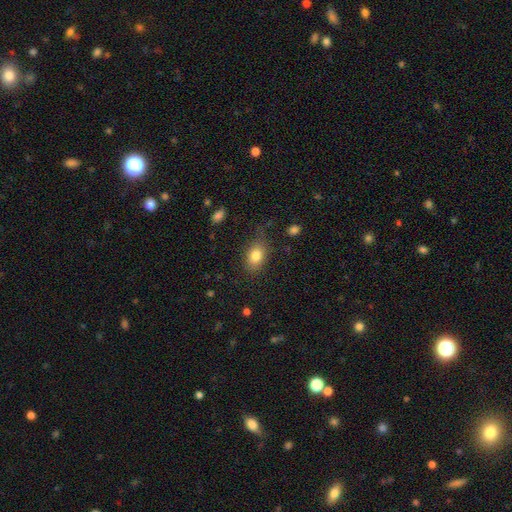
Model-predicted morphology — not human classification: Smooth or featured? smooth (82%)
How rounded? in between (79%)
Merging? none (72%)